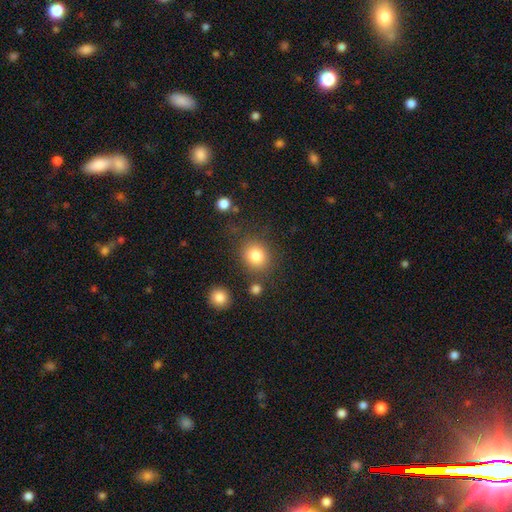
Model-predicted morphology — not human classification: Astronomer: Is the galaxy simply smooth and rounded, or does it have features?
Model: smooth — 83%.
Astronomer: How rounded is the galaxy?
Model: round — 72%.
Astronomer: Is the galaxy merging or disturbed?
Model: none — 79%.